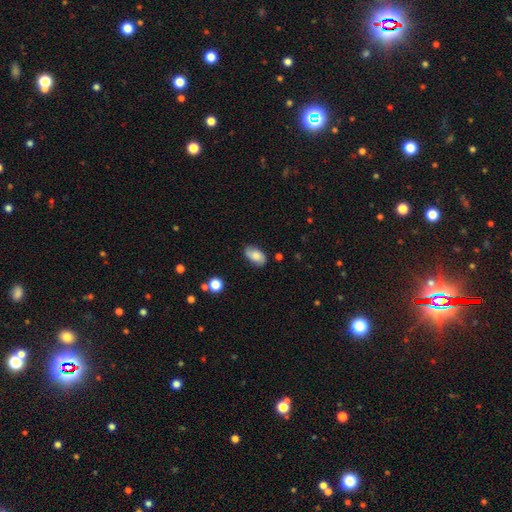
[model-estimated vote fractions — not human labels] A smooth galaxy with no disk features (69%) that is in between round and cigar-shaped (92%). Merging: none (77%).